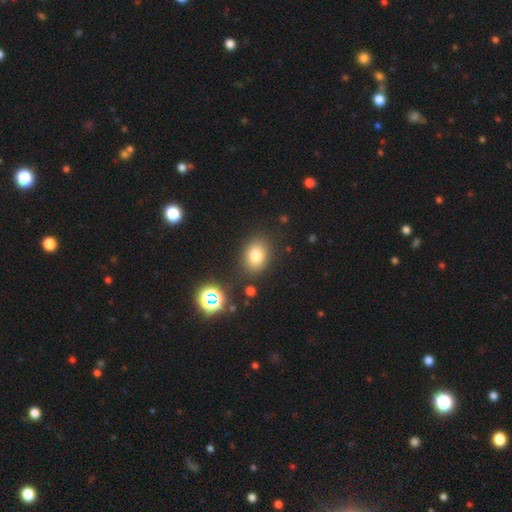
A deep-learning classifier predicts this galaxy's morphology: A smooth galaxy with no disk features (78%) that is in between round and cigar-shaped (61%). Merging: none (83%).